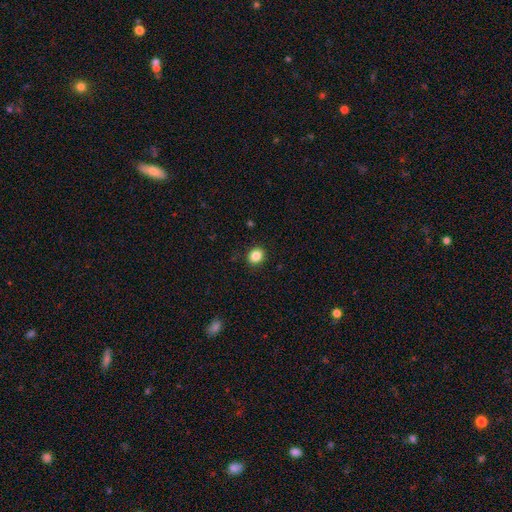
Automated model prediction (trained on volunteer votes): A smooth galaxy with no disk features (85%) that is round (70%). Merging: none (91%).